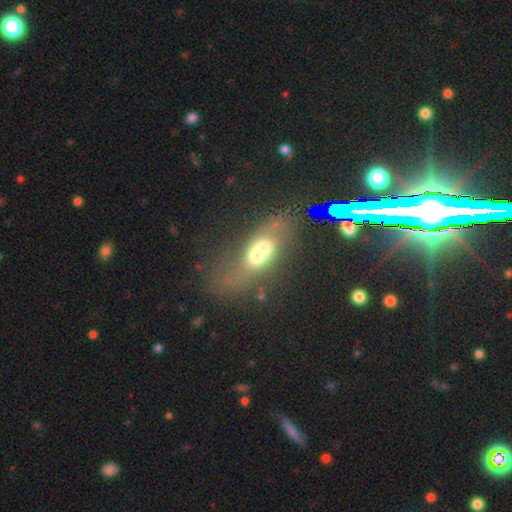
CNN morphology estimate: A smooth galaxy with no disk features (49%).

Vote fractions:
- Smooth or featured? smooth: 49% / featured or disk: 36% / star or artifact: 15%
- Merging? merger: 58% / none: 20% / major disturbance: 12% / minor disturbance: 9%